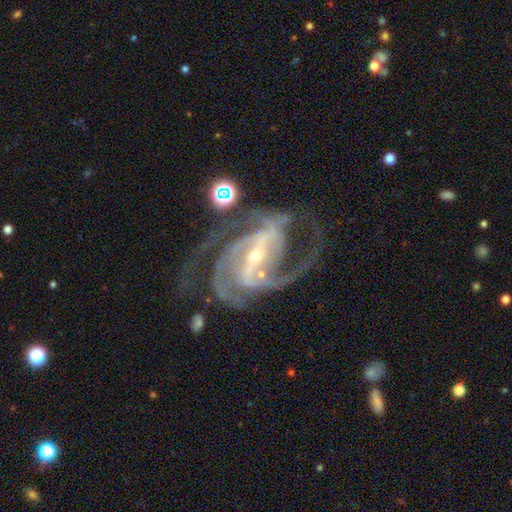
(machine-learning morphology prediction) type=featured or disk (93%); edge-on=no (97%); bar=strong (68%); spiral arms=yes (98%); winding=medium (56%); arm count=2 (47%); bulge=small (74%); merging=none (64%).